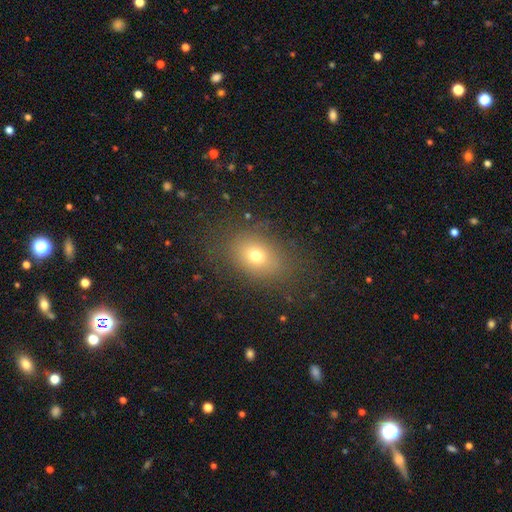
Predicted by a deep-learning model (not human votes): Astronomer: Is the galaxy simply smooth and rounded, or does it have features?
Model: smooth — 70%.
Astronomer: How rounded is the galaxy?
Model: in between — 65%.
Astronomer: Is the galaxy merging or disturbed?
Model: none — 78%.